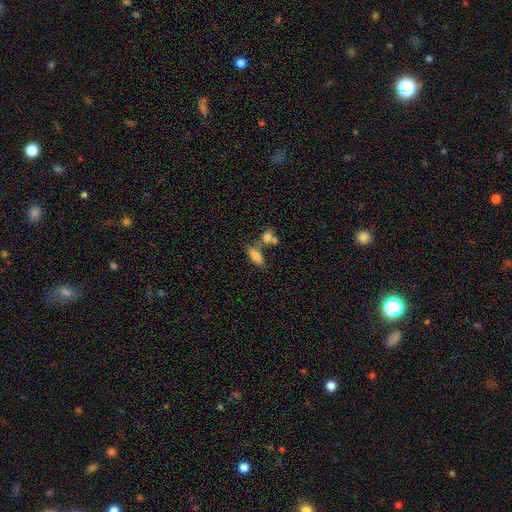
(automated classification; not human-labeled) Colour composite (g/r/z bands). It shows a smooth galaxy with no disk features (78%) that is in between round and cigar-shaped (72%). Merging: none (52%).